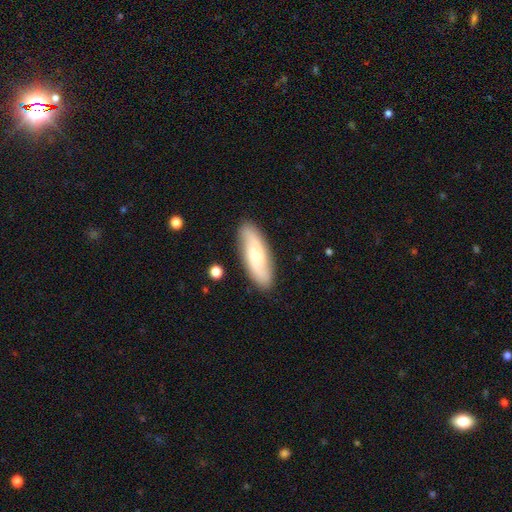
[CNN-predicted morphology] A featured or disk galaxy (48%).

Vote fractions:
- Smooth or featured? featured or disk: 48% / smooth: 46% / star or artifact: 6%
- Merging? none: 86% / minor disturbance: 10% / major disturbance: 2% / merger: 2%